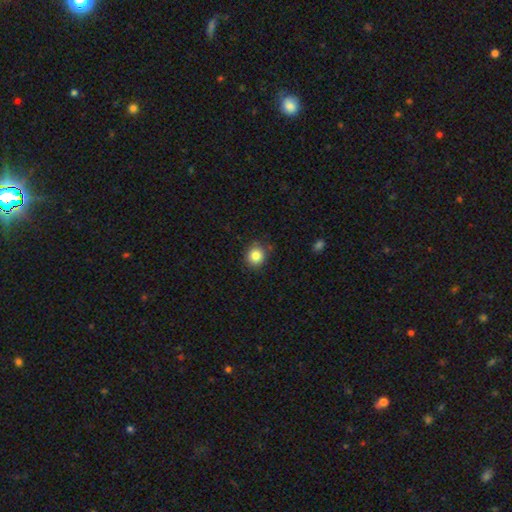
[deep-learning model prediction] Smooth or featured?
  - smooth: 83% *
  - star or artifact: 11%
  - featured or disk: 6%
How rounded?
  - round: 86% *
  - in between: 13%
  - cigar-shaped: 1%
Merging?
  - none: 86% *
  - minor disturbance: 10%
  - major disturbance: 2%
  - merger: 2%